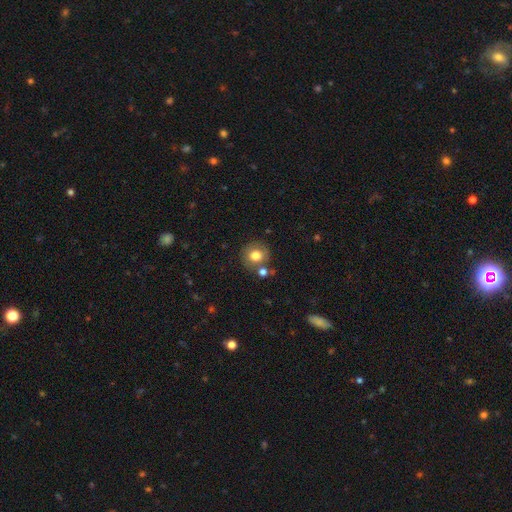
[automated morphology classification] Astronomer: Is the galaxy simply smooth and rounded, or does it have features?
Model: smooth — 77%.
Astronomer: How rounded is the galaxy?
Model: round — 88%.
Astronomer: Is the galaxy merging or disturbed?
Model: none — 73%.